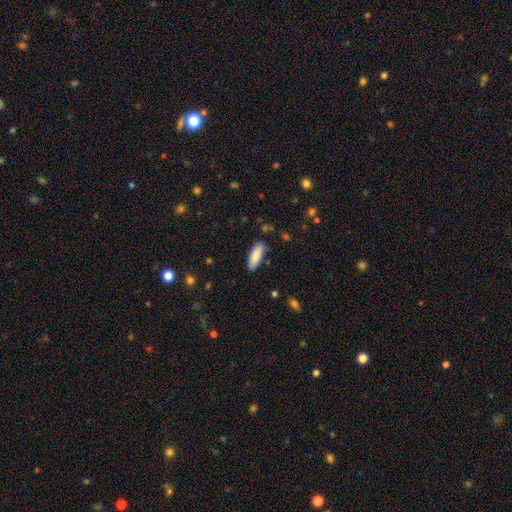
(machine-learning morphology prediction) Smooth or featured?
  - smooth: 87% *
  - featured or disk: 7%
  - star or artifact: 6%
How rounded?
  - in between: 65% *
  - cigar-shaped: 34%
  - round: 1%
Merging?
  - none: 85% *
  - minor disturbance: 11%
  - major disturbance: 2%
  - merger: 2%